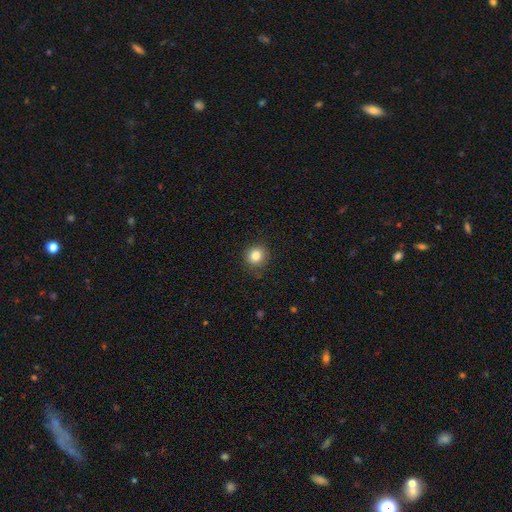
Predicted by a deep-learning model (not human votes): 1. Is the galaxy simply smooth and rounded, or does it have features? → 84% smooth, 11% star or artifact, 5% featured or disk.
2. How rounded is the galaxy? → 90% round, 9% in between, 1% cigar-shaped.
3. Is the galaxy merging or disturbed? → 87% none, 9% minor disturbance, 3% major disturbance, 1% merger.